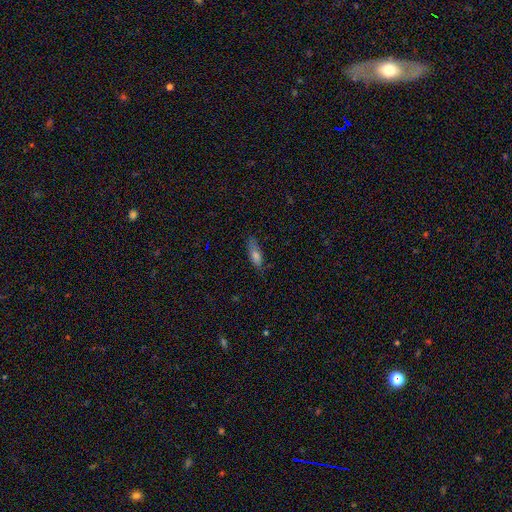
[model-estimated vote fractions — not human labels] smooth_or_featured: smooth (p=0.66) [alt: featured or disk p=0.24]
how_rounded: cigar-shaped (p=0.54) [alt: in between p=0.43]
merging: none (p=0.75) [alt: minor disturbance p=0.19]